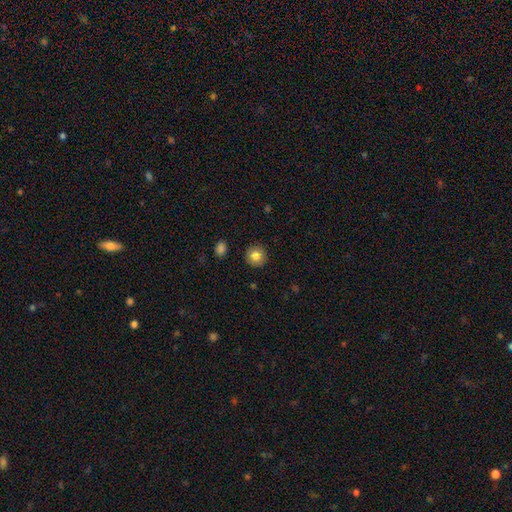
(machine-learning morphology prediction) Q: Smooth or featured?
A: smooth (82%); runner-up: star or artifact (9%)
Q: How rounded?
A: round (93%); runner-up: in between (6%)
Q: Merging?
A: none (91%); runner-up: minor disturbance (6%)